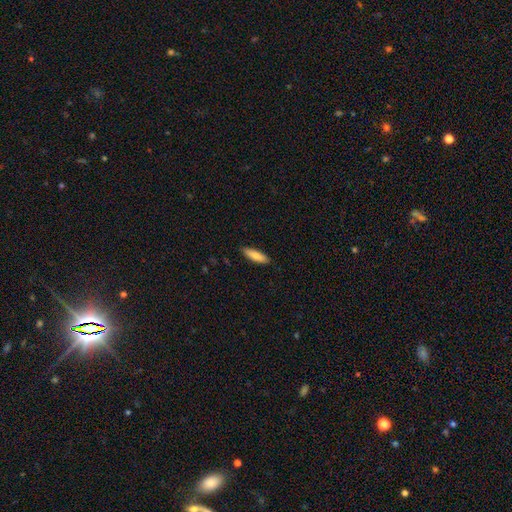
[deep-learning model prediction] Smooth or featured?
  - smooth: 82% *
  - featured or disk: 12%
  - star or artifact: 6%
How rounded?
  - cigar-shaped: 61% *
  - in between: 37%
  - round: 2%
Merging?
  - none: 88% *
  - minor disturbance: 9%
  - major disturbance: 2%
  - merger: 1%